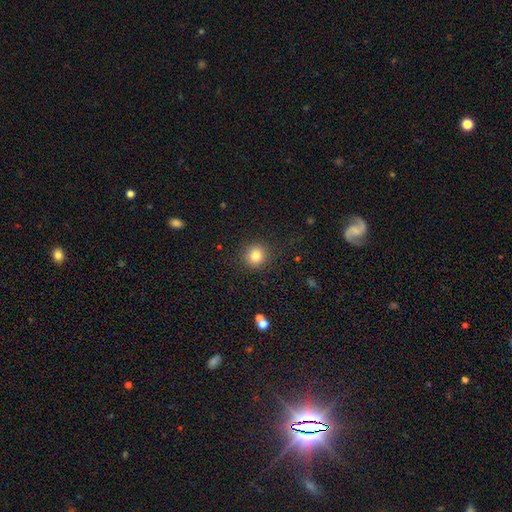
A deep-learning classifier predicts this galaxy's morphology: Smooth or featured?
  - smooth: 81% *
  - star or artifact: 12%
  - featured or disk: 7%
How rounded?
  - round: 91% *
  - in between: 8%
  - cigar-shaped: 1%
Merging?
  - none: 90% *
  - minor disturbance: 6%
  - major disturbance: 3%
  - merger: 1%